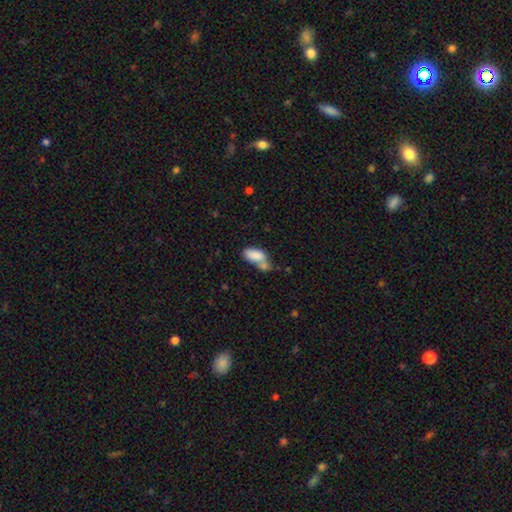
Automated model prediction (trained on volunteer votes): Q: Smooth or featured?
A: smooth (82%); runner-up: featured or disk (10%)
Q: How rounded?
A: in between (90%); runner-up: cigar-shaped (6%)
Q: Merging?
A: merger (50%); runner-up: none (28%)